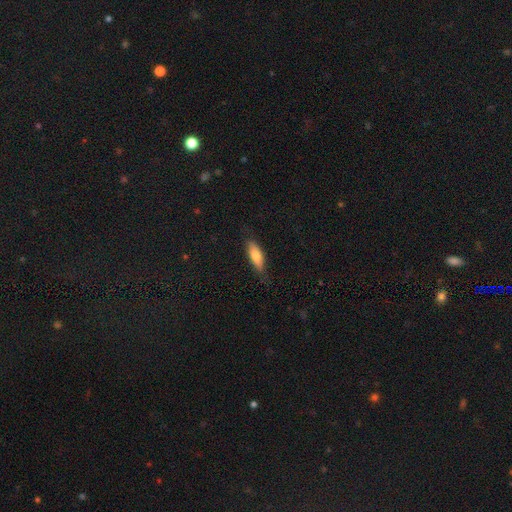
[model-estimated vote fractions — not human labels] A smooth galaxy with no disk features (77%) that is in between round and cigar-shaped (57%).

Vote fractions:
- Smooth or featured? smooth: 77% / featured or disk: 17% / star or artifact: 6%
- How rounded? in between: 57% / cigar-shaped: 41% / round: 2%
- Merging? none: 78% / minor disturbance: 18% / major disturbance: 3% / merger: 1%